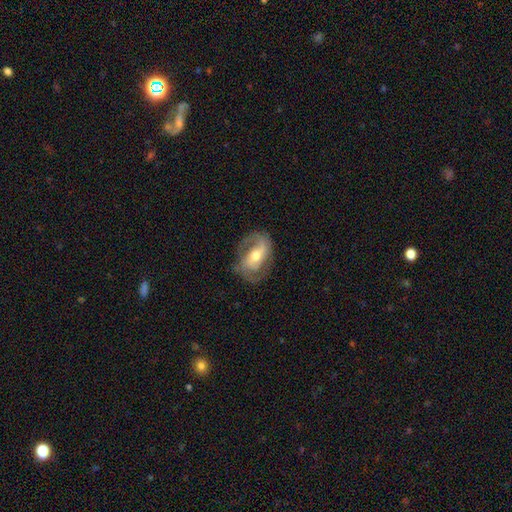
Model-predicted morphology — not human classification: The model was most divided on "bar": weak: 40%, strong: 30%, no: 30%. Remaining: edge-on disk — no (96%); spiral arms — yes (91%); smooth or featured — featured or disk (82%); spiral arm count — 2 (79%); merging — none (70%); bulge size — moderate (68%); spiral winding — medium (47%).